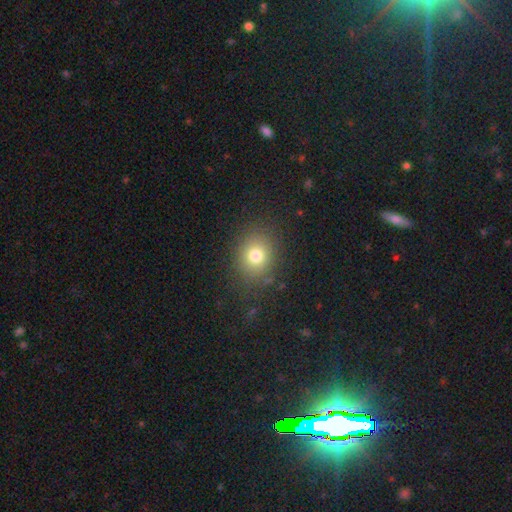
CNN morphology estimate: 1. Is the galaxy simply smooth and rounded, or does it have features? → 77% smooth, 14% star or artifact, 9% featured or disk.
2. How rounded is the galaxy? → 67% round, 32% in between, 1% cigar-shaped.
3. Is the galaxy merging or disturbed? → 84% none, 10% minor disturbance, 5% major disturbance, 1% merger.